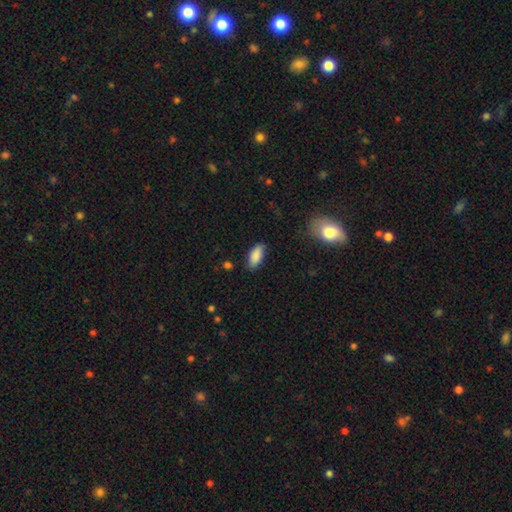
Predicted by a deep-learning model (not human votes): Morphology: type=smooth (87%); roundness=in between (86%); merging=none (81%).